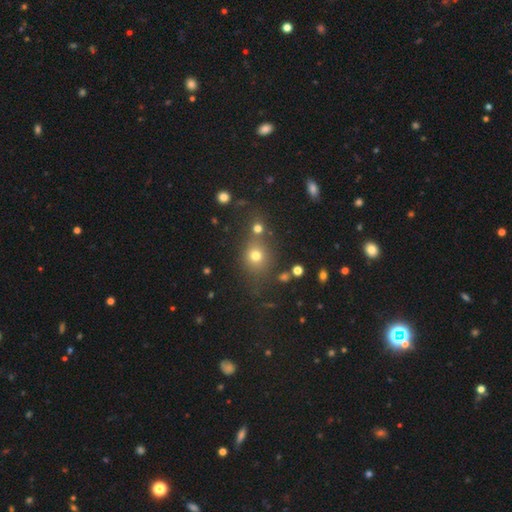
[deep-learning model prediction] Morphology: type=smooth (71%); roundness=round (79%); merging=none (63%).